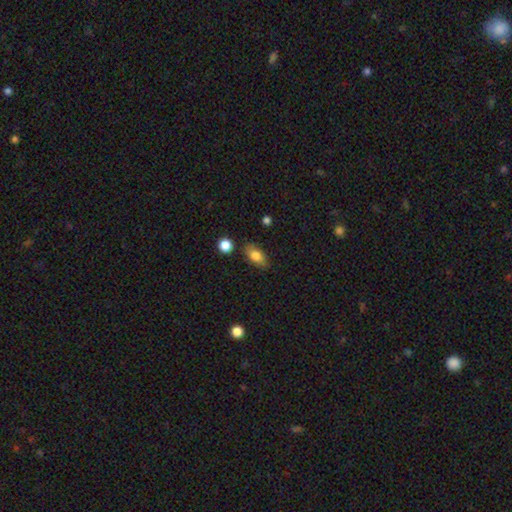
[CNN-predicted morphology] smooth 81%, featured or disk 12%, star or artifact 8%. Down the decision tree: how rounded — in between (86%); merging — none (80%).